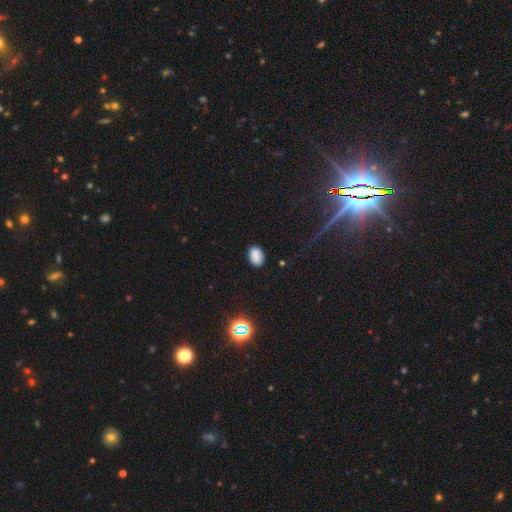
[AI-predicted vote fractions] smooth_or_featured: smooth (p=0.84) [alt: star or artifact p=0.11]
how_rounded: in between (p=0.86) [alt: round p=0.13]
merging: none (p=0.85) [alt: minor disturbance p=0.12]